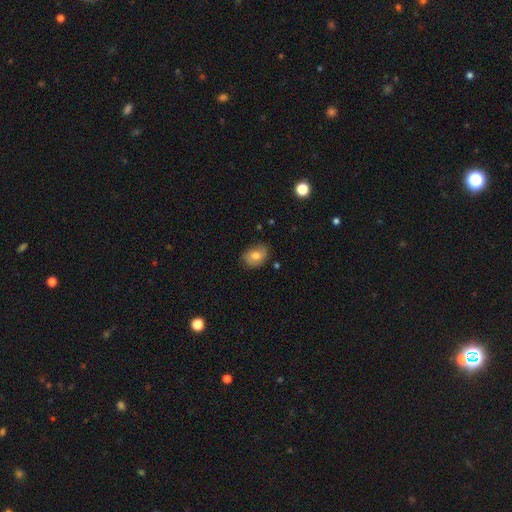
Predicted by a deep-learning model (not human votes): Morphology: type=smooth (71%); roundness=in between (67%); merging=none (74%).